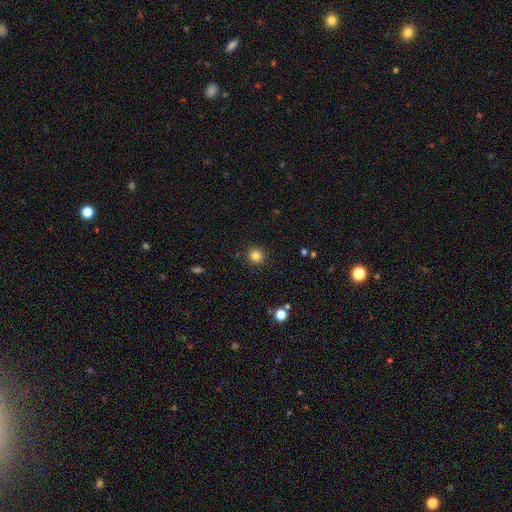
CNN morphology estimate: This is clearly a smooth galaxy (83%). How rounded: clearly round (88%). Merging: clearly none (91%).